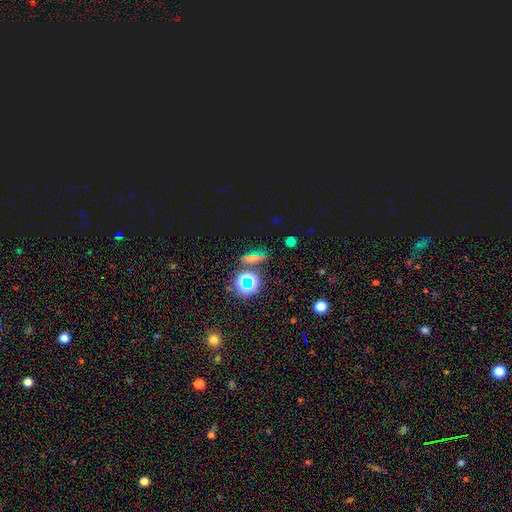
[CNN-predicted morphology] type=star or artifact (52%).